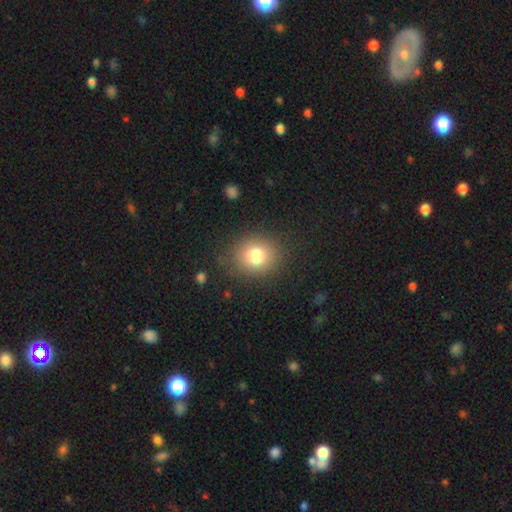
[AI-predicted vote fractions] This is likely a smooth galaxy (79%). How rounded: likely round (76%). Merging: clearly none (84%).